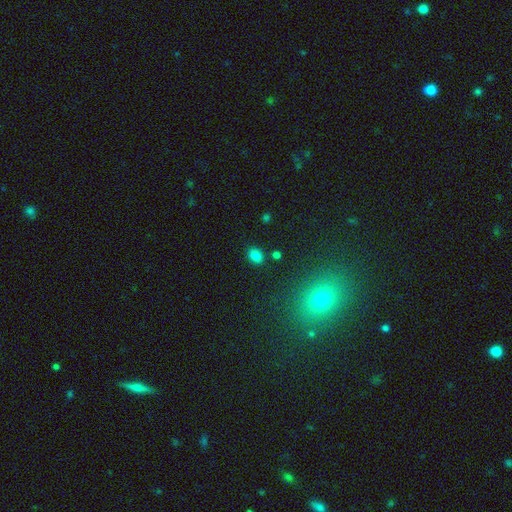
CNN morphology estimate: This is clearly a smooth galaxy (81%). How rounded: likely in between (67%). Merging: clearly none (83%).